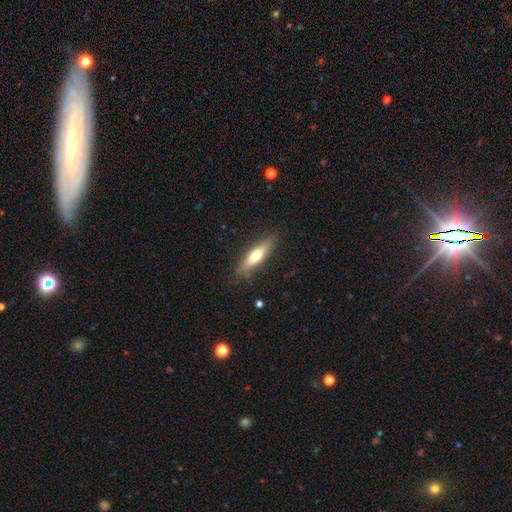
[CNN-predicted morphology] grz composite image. It shows a smooth galaxy with no disk features (56%) that is cigar-shaped (71%). Merging: none (83%).